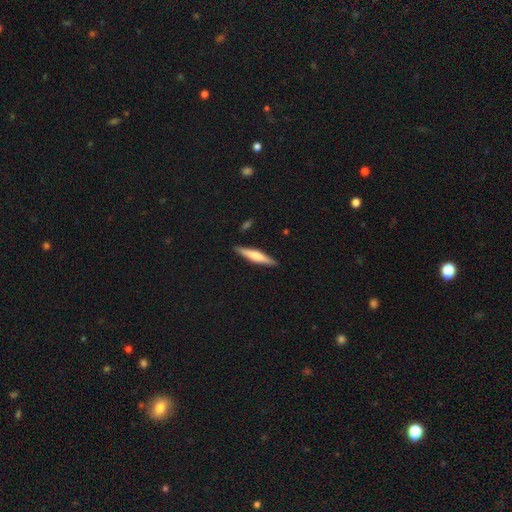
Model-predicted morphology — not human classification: smooth 50%, featured or disk 44%, star or artifact 5%. Down the decision tree: how rounded — cigar-shaped (89%); merging — none (89%).